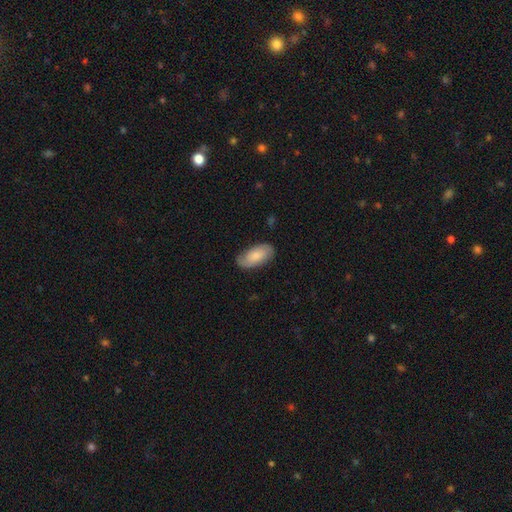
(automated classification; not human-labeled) This is likely a smooth galaxy (61%). How rounded: clearly in between (94%). Merging: likely none (78%).